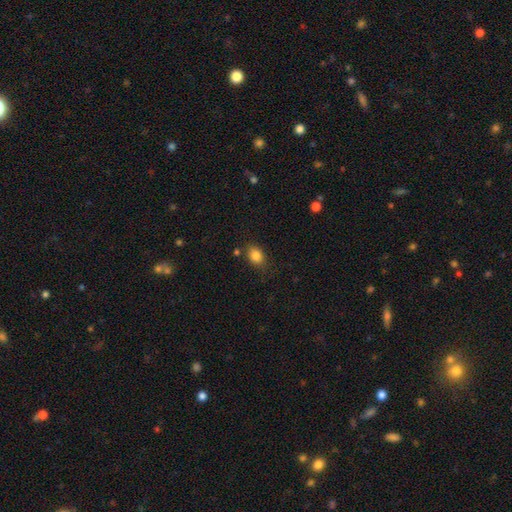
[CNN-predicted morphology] Smooth or featured: smooth — 84% (star or artifact — 10%)
How rounded: in between — 65% (round — 33%)
Merging: none — 78% (minor disturbance — 14%)